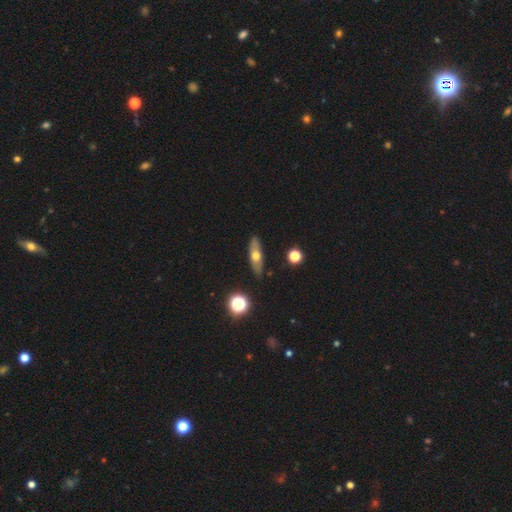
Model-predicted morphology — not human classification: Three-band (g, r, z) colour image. It shows a smooth galaxy with no disk features (51%) that is cigar-shaped (50%). Merging: none (86%).